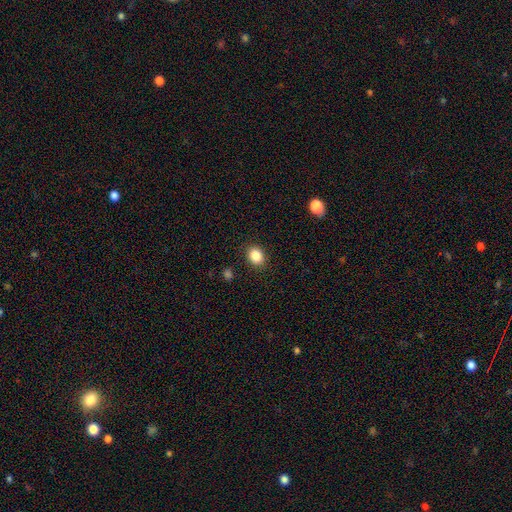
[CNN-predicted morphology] smooth 87%, star or artifact 9%, featured or disk 3%. Down the decision tree: how rounded — round (51%); merging — none (88%).